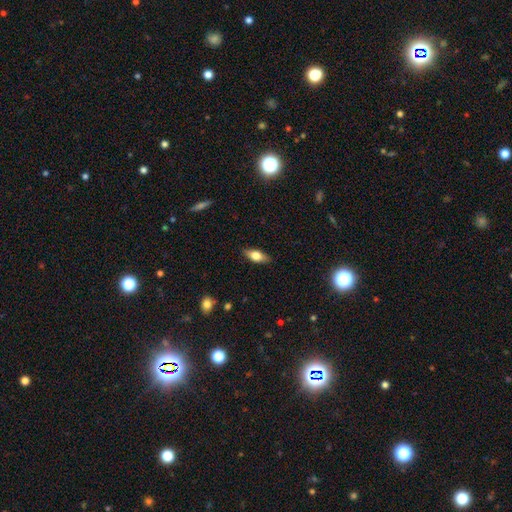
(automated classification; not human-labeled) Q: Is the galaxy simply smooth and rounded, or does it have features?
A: smooth — 66%.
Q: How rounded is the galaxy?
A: in between — 78%.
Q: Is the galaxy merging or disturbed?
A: none — 86%.